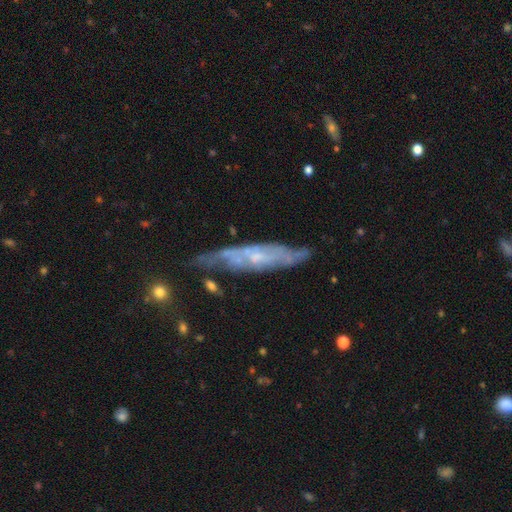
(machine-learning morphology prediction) Smooth or featured? featured or disk (74%)
Edge-on disk? no (60%)
Merging? none (60%)